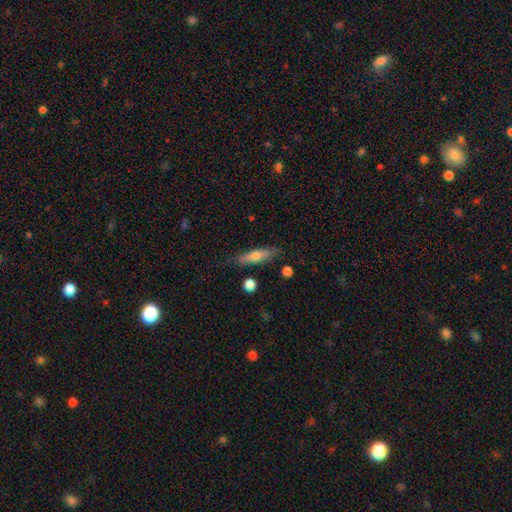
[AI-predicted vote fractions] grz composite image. It shows a smooth galaxy with no disk features (61%) that is cigar-shaped (65%). Merging: none (81%).